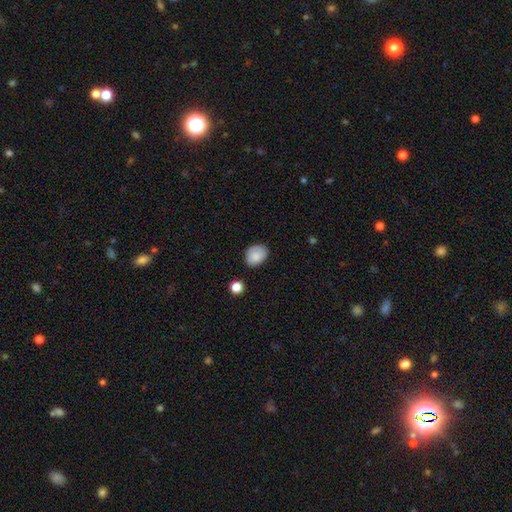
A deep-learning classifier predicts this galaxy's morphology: This appears to be a smooth galaxy with no disk features (85%) that is in between round and cigar-shaped (67%). Merging: none (78%).